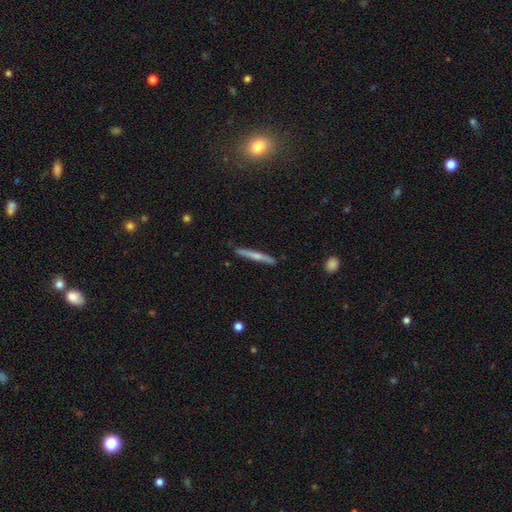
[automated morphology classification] smooth_or_featured: featured or disk (p=0.48) [alt: smooth p=0.46]
merging: none (p=0.89) [alt: minor disturbance p=0.08]